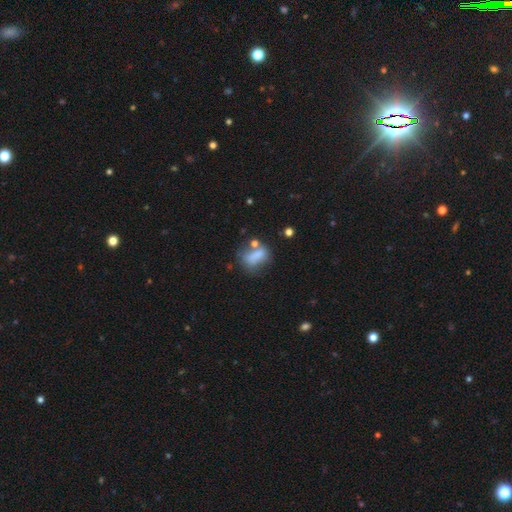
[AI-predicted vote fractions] A smooth galaxy with no disk features (70%) that is in between round and cigar-shaped (69%).

Vote fractions:
- Smooth or featured? smooth: 70% / featured or disk: 19% / star or artifact: 11%
- How rounded? in between: 69% / round: 22% / cigar-shaped: 9%
- Merging? none: 41% / minor disturbance: 23% / merger: 19% / major disturbance: 16%